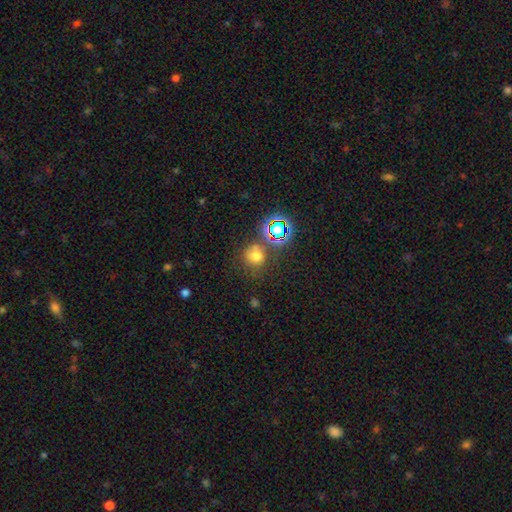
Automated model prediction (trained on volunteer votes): Smooth or featured? smooth (64%)
How rounded? round (84%)
Merging? none (66%)